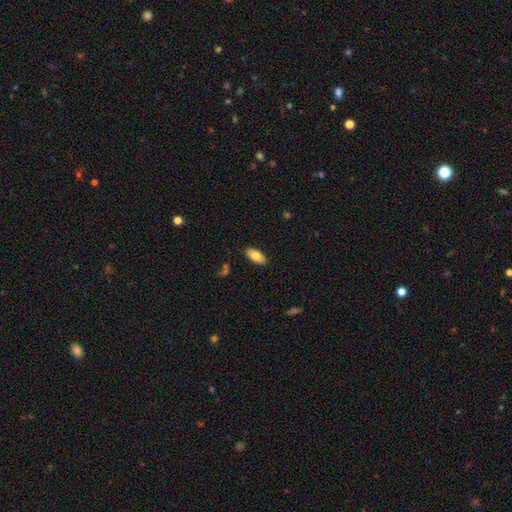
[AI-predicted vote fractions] smooth_or_featured: smooth (p=0.79) [alt: featured or disk p=0.15]
how_rounded: in between (p=0.90) [alt: cigar-shaped p=0.07]
merging: none (p=0.88) [alt: minor disturbance p=0.09]